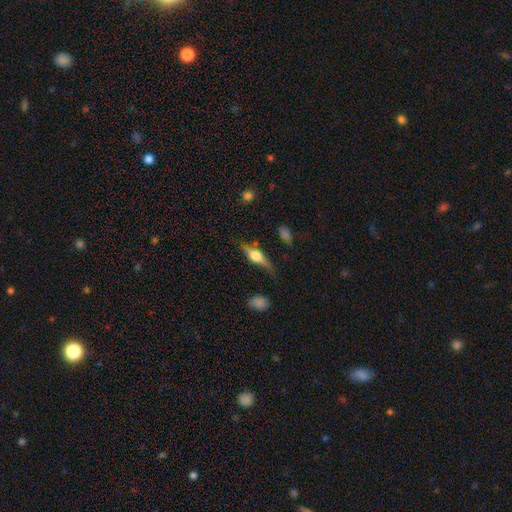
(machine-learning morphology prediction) smooth-or-featured: featured or disk: 63% | smooth: 29% | star or artifact: 7%
  disk-edge-on: yes: 93% | no: 7%
    edge-on-bulge: rounded: 92% | boxy: 7% | none: 2%
  merging: none: 73% | minor disturbance: 18% | major disturbance: 6% | merger: 3%